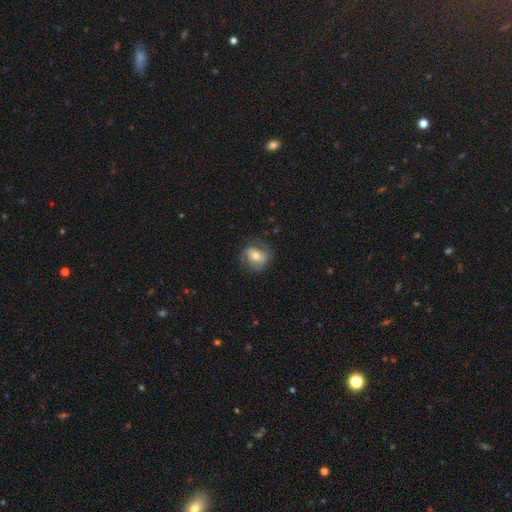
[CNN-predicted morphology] This is possibly a smooth galaxy (49%). Merging: likely none (67%).